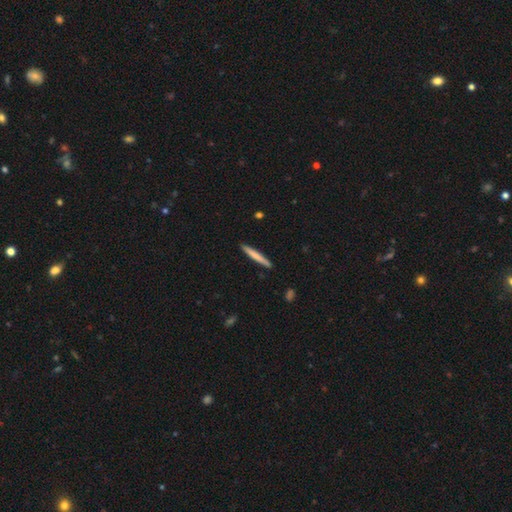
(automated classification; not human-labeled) Overall: smooth (70%). How rounded: cigar-shaped (96%). Merging: none (91%).